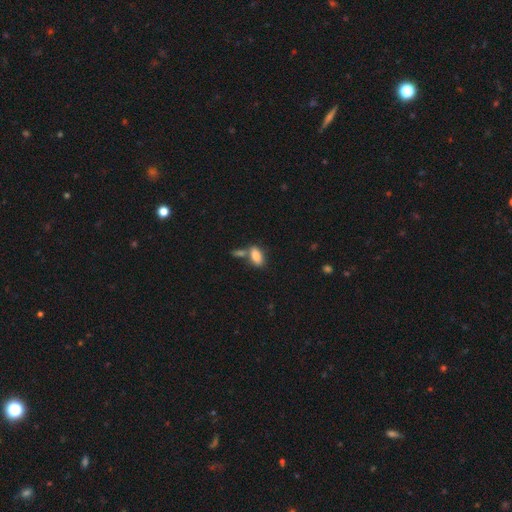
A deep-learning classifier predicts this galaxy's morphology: Q: Smooth or featured?
A: smooth (83%); runner-up: featured or disk (9%)
Q: How rounded?
A: in between (90%); runner-up: cigar-shaped (6%)
Q: Merging?
A: none (52%); runner-up: merger (31%)